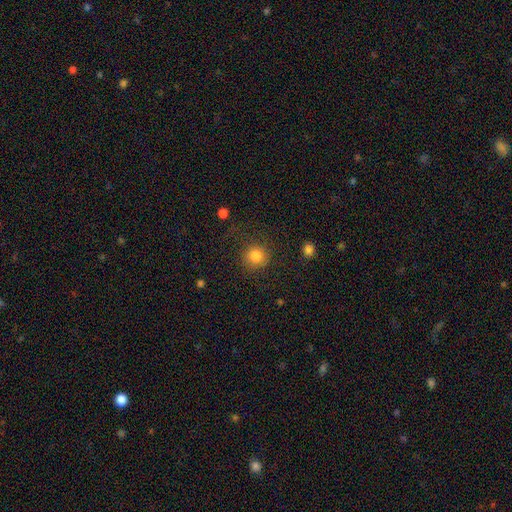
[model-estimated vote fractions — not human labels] Smooth or featured: smooth — 84% (star or artifact — 10%)
How rounded: round — 90% (in between — 9%)
Merging: none — 80% (minor disturbance — 11%)